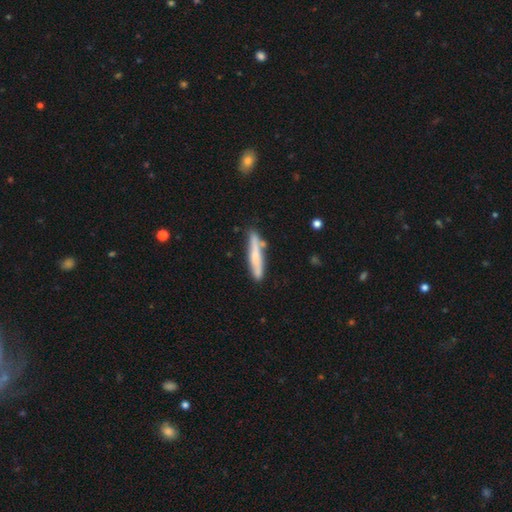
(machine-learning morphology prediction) A smooth galaxy with no disk features (61%) that is cigar-shaped (92%).

Vote fractions:
- Smooth or featured? smooth: 61% / featured or disk: 33% / star or artifact: 6%
- How rounded? cigar-shaped: 92% / in between: 6% / round: 1%
- Merging? none: 76% / minor disturbance: 16% / merger: 6% / major disturbance: 3%